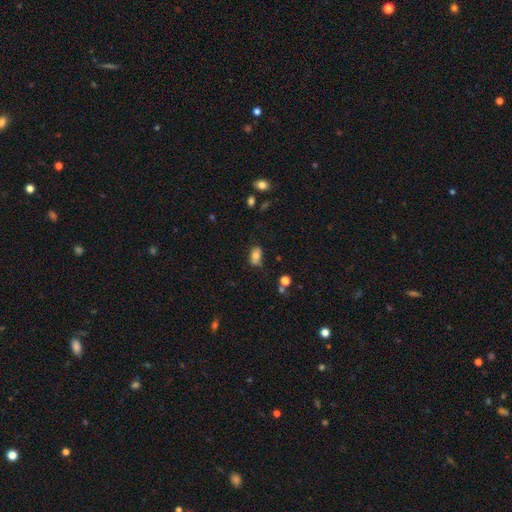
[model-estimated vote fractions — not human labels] A smooth galaxy with no disk features (76%) that is in between round and cigar-shaped (86%). Merging: none (61%).